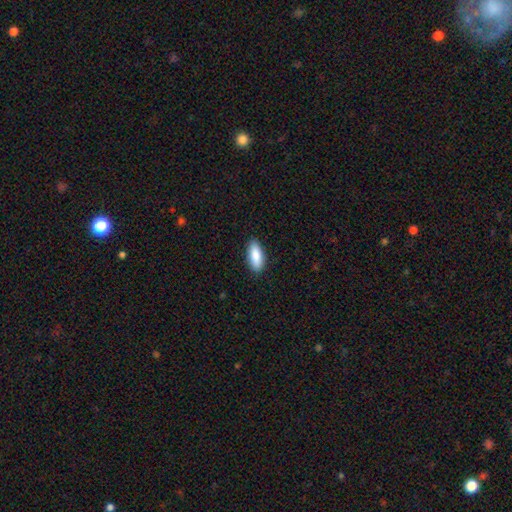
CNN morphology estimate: A smooth galaxy with no disk features (88%) that is in between round and cigar-shaped (80%). Merging: none (89%).